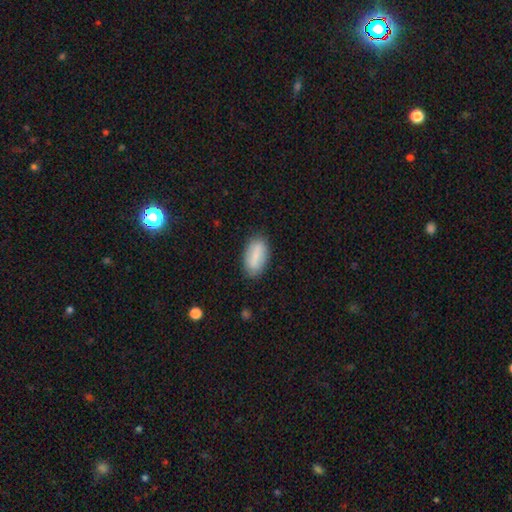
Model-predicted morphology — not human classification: This appears to be a smooth galaxy with no disk features (80%) that is in between round and cigar-shaped (89%). Merging: none (82%).